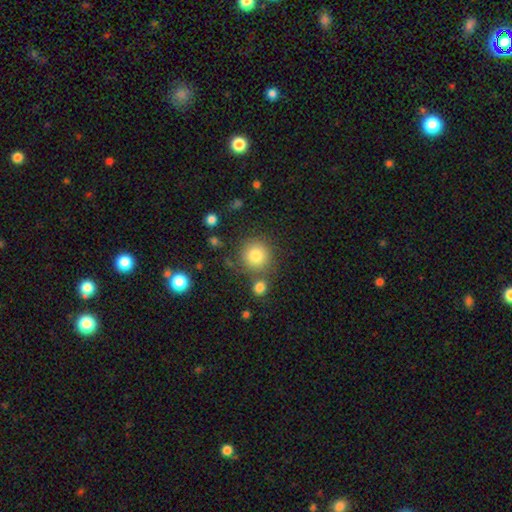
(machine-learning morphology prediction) Smooth or featured? Predicted: smooth (p=0.82). How rounded? Predicted: round (p=0.92). Merging? Predicted: none (p=0.74).